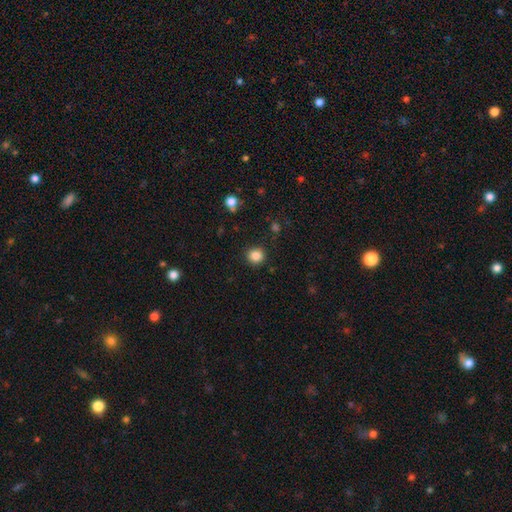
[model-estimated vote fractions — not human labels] Smooth or featured: smooth — 85% (star or artifact — 11%)
How rounded: round — 90% (in between — 9%)
Merging: none — 90% (minor disturbance — 6%)